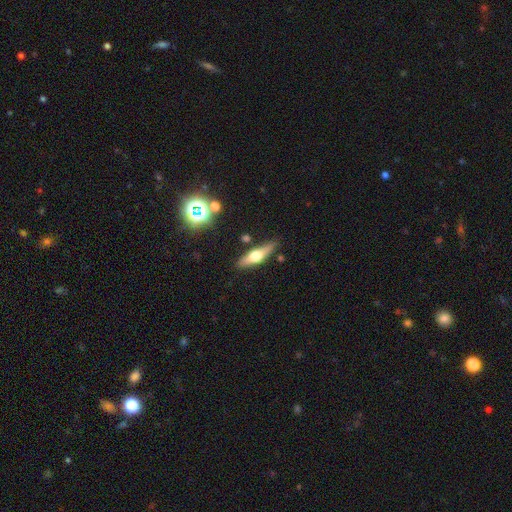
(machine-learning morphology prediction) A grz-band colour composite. It shows a featured or disk galaxy (55%) viewed edge-on (92%) with a rounded central bulge (93%). Merging: none (83%).